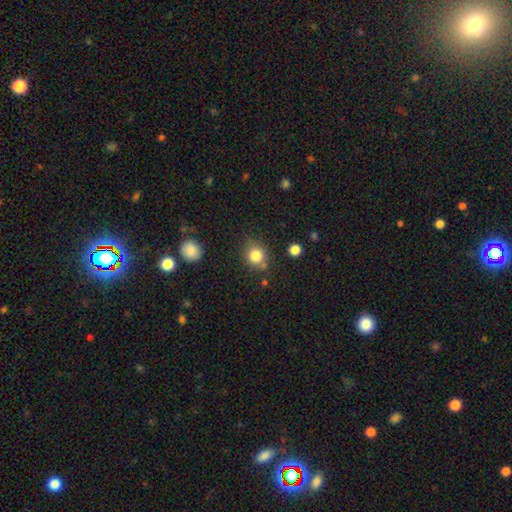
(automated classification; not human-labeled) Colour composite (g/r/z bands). It shows a smooth galaxy with no disk features (82%) that is round (79%). Merging: none (71%).